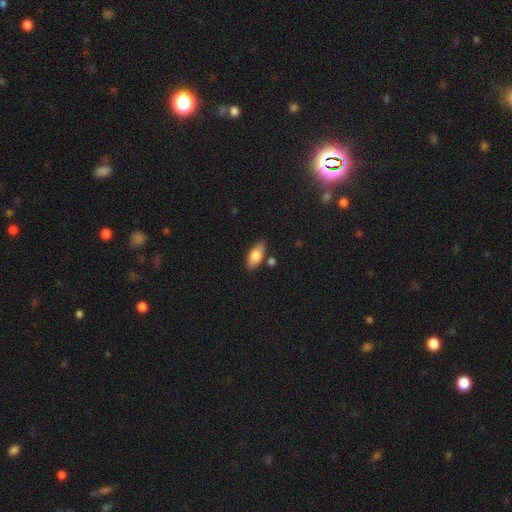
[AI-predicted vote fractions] Smooth or featured? smooth (78%)
How rounded? in between (85%)
Merging? none (80%)